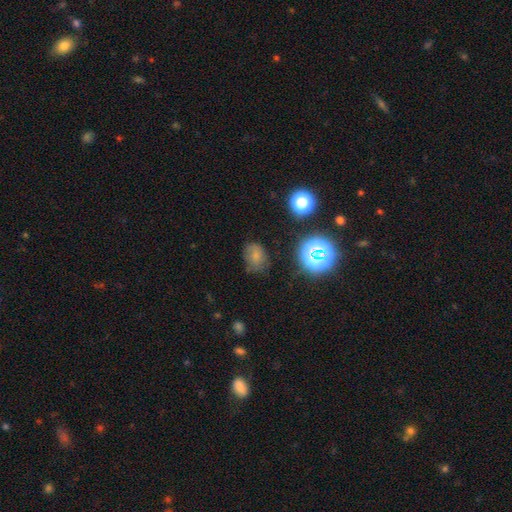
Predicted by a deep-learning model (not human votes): Smooth or featured? Predicted: smooth (p=0.66). How rounded? Predicted: in between (p=0.62). Merging? Predicted: none (p=0.63).